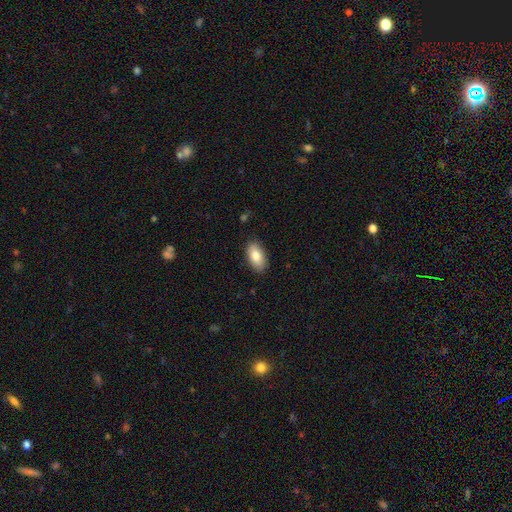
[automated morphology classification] This appears to be a smooth galaxy with no disk features (82%) that is in between round and cigar-shaped (94%). Merging: none (86%).